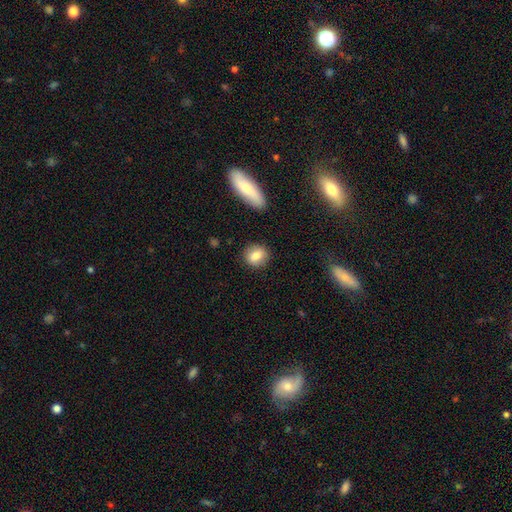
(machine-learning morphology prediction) smooth 83%, featured or disk 9%, star or artifact 8%. Down the decision tree: how rounded — round (62%); merging — none (85%).